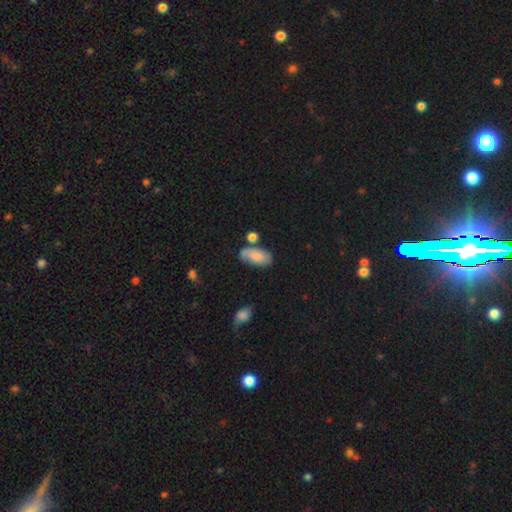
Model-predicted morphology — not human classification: Smooth or featured?
  - smooth: 67% *
  - featured or disk: 25%
  - star or artifact: 8%
How rounded?
  - in between: 93% *
  - round: 4%
  - cigar-shaped: 3%
Merging?
  - none: 54% *
  - minor disturbance: 24%
  - merger: 13%
  - major disturbance: 9%